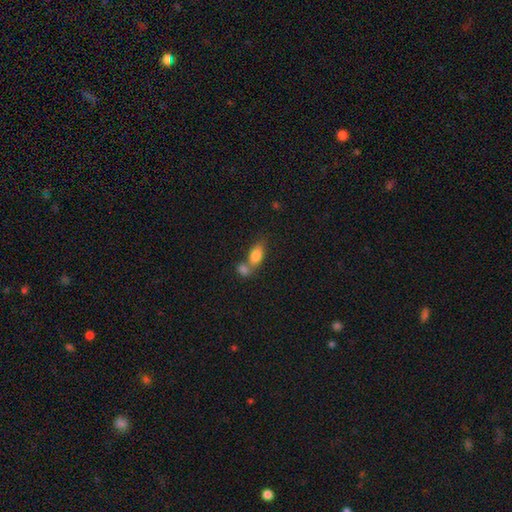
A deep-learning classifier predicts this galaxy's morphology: This is likely a smooth galaxy (80%). How rounded: clearly in between (83%). Merging: possibly merger (56%).